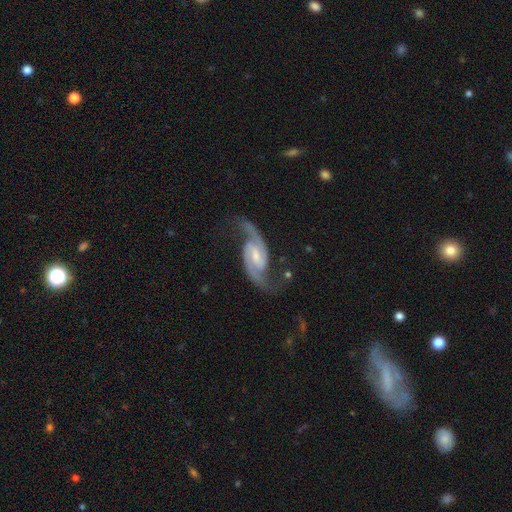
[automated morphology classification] Q: Smooth or featured?
A: featured or disk (92%); runner-up: star or artifact (4%)
Q: Edge-on disk?
A: no (97%); runner-up: yes (3%)
Q: Bar?
A: weak (52%); runner-up: no (26%)
Q: Spiral arms?
A: yes (98%); runner-up: no (2%)
Q: Spiral winding?
A: medium (53%); runner-up: loose (34%)
Q: Spiral arm count?
A: 2 (94%); runner-up: can't tell (2%)
Q: Bulge size?
A: small (50%); runner-up: moderate (39%)
Q: Merging?
A: none (76%); runner-up: minor disturbance (15%)